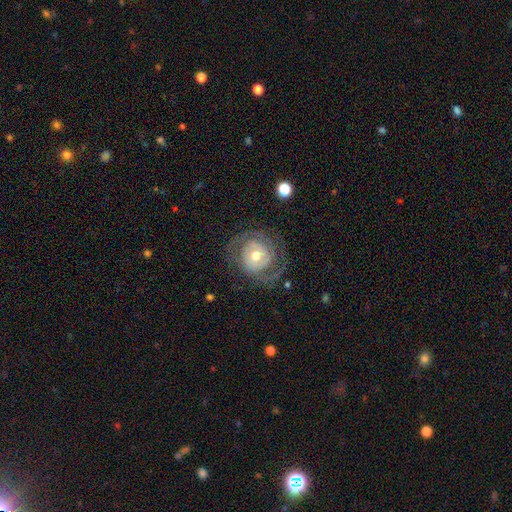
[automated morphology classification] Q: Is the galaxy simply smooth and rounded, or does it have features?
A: featured or disk — 80%.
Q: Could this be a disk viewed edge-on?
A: no — 97%.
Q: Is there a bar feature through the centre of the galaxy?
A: no — 71%.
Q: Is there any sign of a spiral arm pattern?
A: yes — 88%.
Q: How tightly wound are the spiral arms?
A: tight — 55%.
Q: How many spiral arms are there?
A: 2 — 55%.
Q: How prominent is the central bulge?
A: moderate — 69%.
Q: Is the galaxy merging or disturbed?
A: none — 71%.